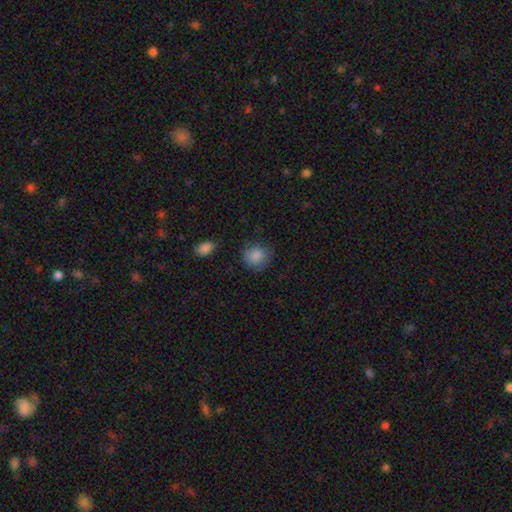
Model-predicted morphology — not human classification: smooth-or-featured: smooth: 86% | star or artifact: 8% | featured or disk: 5%
  how-rounded: round: 83% | in between: 16% | cigar-shaped: 1%
  merging: none: 76% | minor disturbance: 17% | major disturbance: 5% | merger: 2%